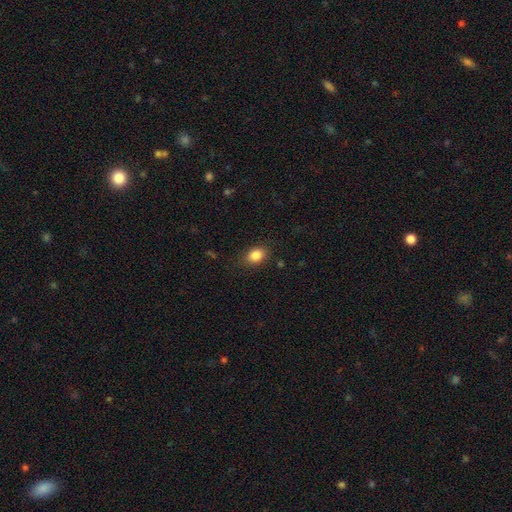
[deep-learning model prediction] This appears to be a smooth galaxy with no disk features (85%) that is in between round and cigar-shaped (68%). Merging: none (83%).